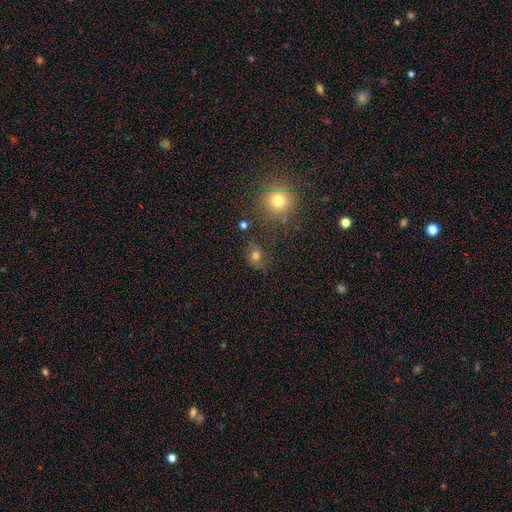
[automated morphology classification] Smooth or featured: smooth — 69% (star or artifact — 20%)
How rounded: round — 63% (in between — 36%)
Merging: none — 67% (minor disturbance — 19%)